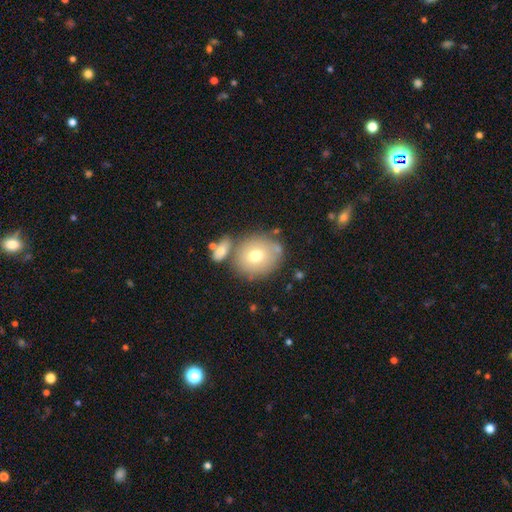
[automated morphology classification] Smooth or featured?
  - smooth: 69% *
  - featured or disk: 21%
  - star or artifact: 10%
How rounded?
  - round: 81% *
  - in between: 18%
  - cigar-shaped: 1%
Merging?
  - none: 66% *
  - merger: 17%
  - minor disturbance: 13%
  - major disturbance: 4%